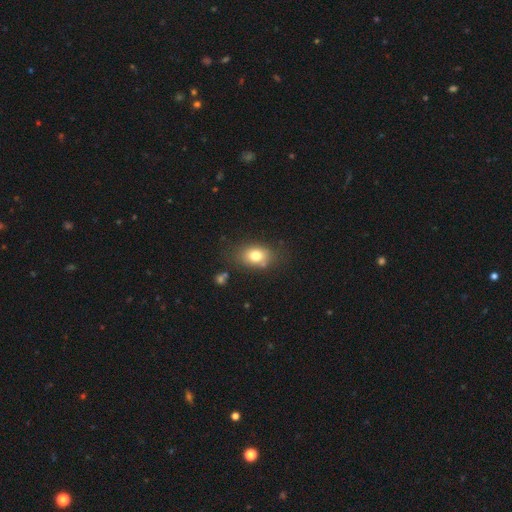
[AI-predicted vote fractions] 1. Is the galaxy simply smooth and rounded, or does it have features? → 77% smooth, 12% featured or disk, 10% star or artifact.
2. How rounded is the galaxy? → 69% in between, 29% round, 1% cigar-shaped.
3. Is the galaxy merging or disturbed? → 75% none, 16% minor disturbance, 5% major disturbance, 4% merger.